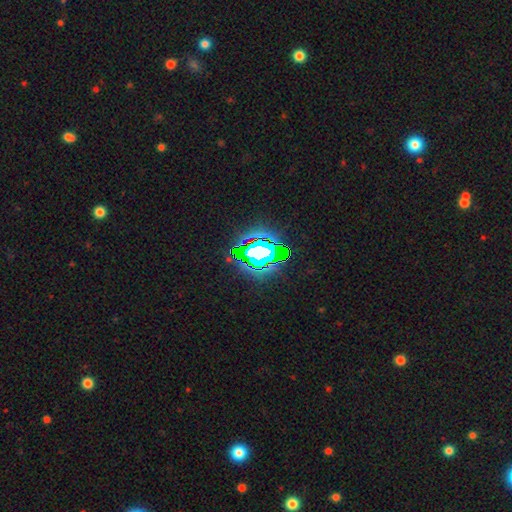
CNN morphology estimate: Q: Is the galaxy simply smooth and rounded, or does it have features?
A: star or artifact — 67%.